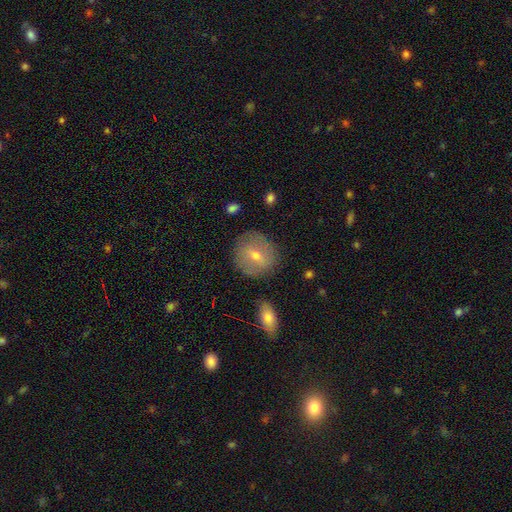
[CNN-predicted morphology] Smooth or featured? Predicted: smooth (p=0.58). How rounded? Predicted: round (p=0.82). Merging? Predicted: none (p=0.82).